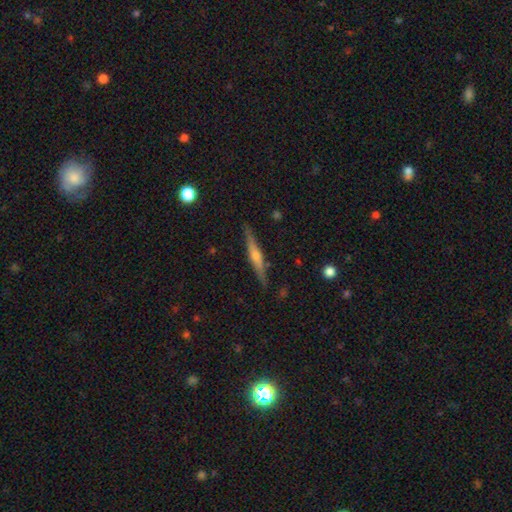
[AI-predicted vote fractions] Overall: featured or disk (74%). Edge-on disk: yes (98%). Edge-on bulge: rounded (81%). Merging: none (90%).